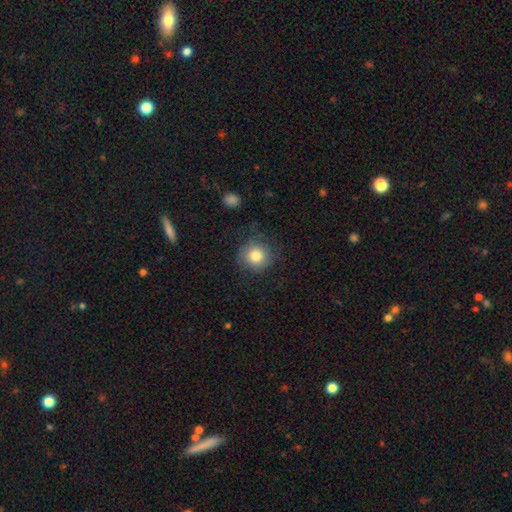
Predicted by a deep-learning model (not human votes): Overall: smooth (80%). How rounded: round (92%). Merging: none (79%).